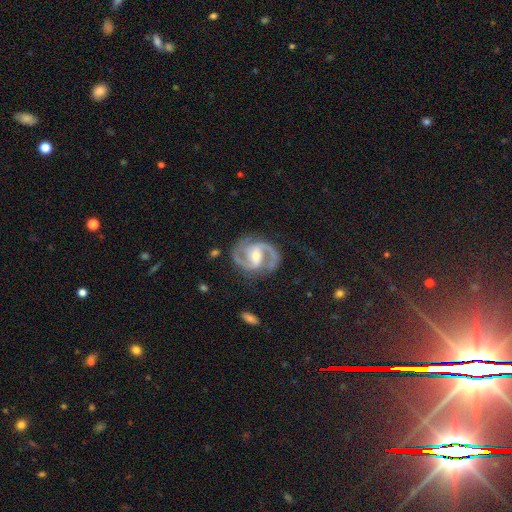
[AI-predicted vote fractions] featured or disk 93%, star or artifact 4%, smooth 3%. Down the decision tree: edge-on disk — no (98%); bar — weak (40%); spiral arms — yes (98%); spiral arm count — 2 (93%); spiral winding — medium (62%); bulge size — moderate (52%); merging — none (81%).